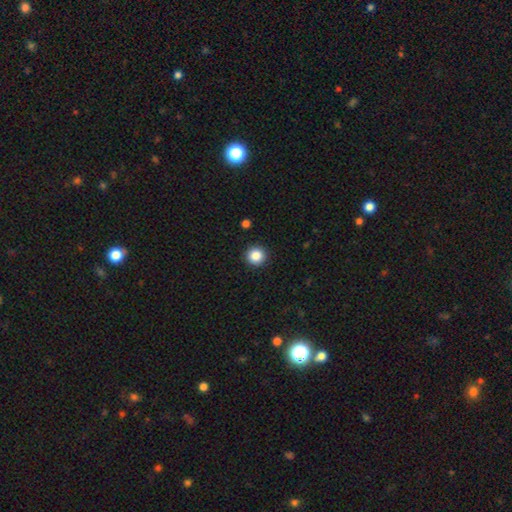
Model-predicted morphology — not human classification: A smooth galaxy with no disk features (86%) that is round (95%). Merging: none (93%).